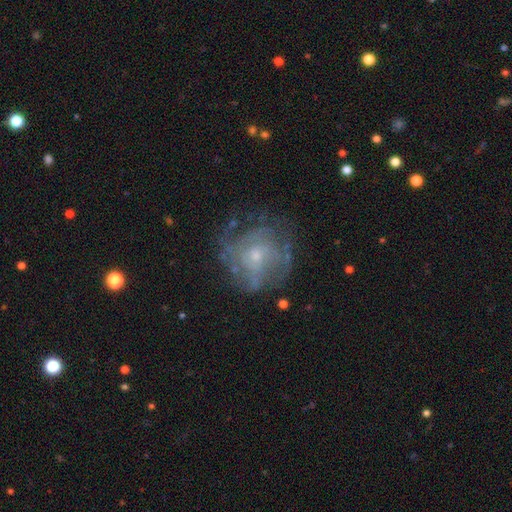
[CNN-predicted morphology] A featured or disk galaxy (67%) with no bar (79%), spiral arms (66%) and a small central bulge (63%). Merging: none (64%).